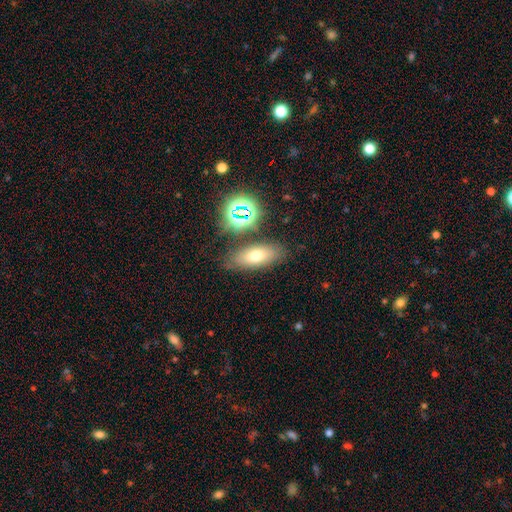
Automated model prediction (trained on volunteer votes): Smooth or featured: smooth — 63% (featured or disk — 19%)
How rounded: in between — 71% (cigar-shaped — 21%)
Merging: none — 79% (minor disturbance — 11%)